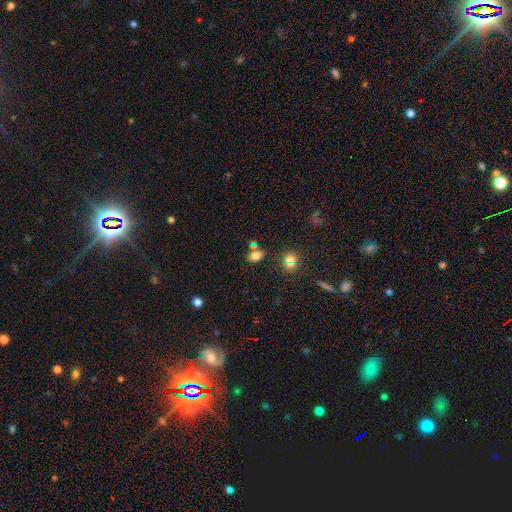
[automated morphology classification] The model was most divided on "merging": none: 67%, merger: 16%, minor disturbance: 13%, major disturbance: 4%. More confident: how rounded — in between (76%); smooth or featured — smooth (75%).